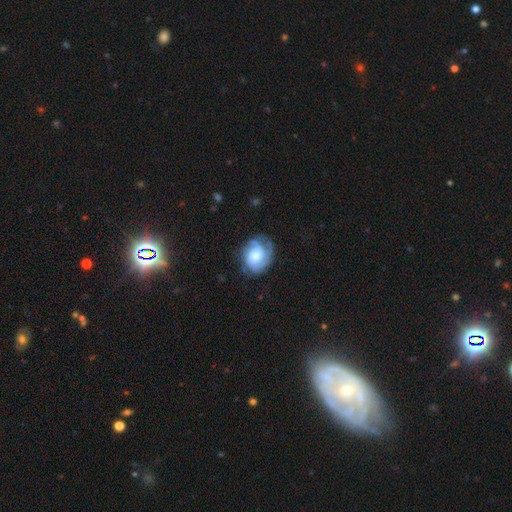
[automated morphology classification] Smooth or featured? featured or disk (65%)
Edge-on disk? no (98%)
Bar? no (71%)
Spiral arms? yes (88%)
Spiral winding? tight (52%)
Spiral arm count? 2 (33%)
Bulge size? moderate (39%)
Merging? none (62%)